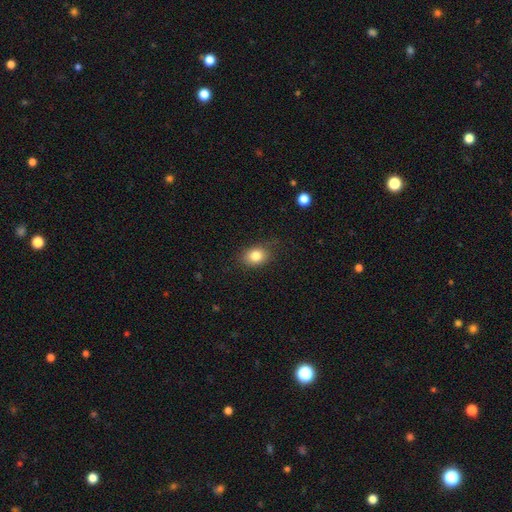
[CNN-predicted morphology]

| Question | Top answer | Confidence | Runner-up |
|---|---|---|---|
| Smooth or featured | smooth | 82% | star or artifact (10%) |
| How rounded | in between | 64% | round (35%) |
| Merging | none | 80% | minor disturbance (15%) |